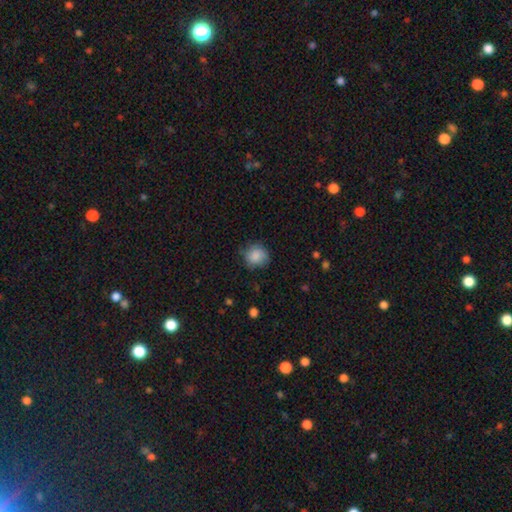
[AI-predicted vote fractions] A smooth galaxy with no disk features (86%) that is round (86%).

Vote fractions:
- Smooth or featured? smooth: 86% / star or artifact: 8% / featured or disk: 6%
- How rounded? round: 86% / in between: 14% / cigar-shaped: 1%
- Merging? none: 73% / minor disturbance: 21% / major disturbance: 5% / merger: 1%